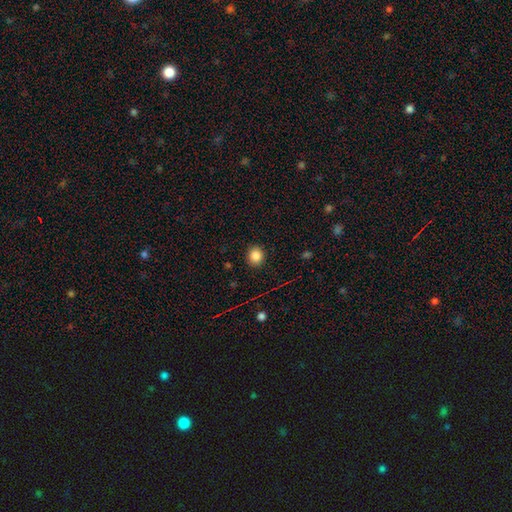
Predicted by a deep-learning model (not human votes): smooth_or_featured: smooth (p=0.84) [alt: star or artifact p=0.11]
how_rounded: round (p=0.76) [alt: in between p=0.24]
merging: none (p=0.90) [alt: minor disturbance p=0.07]